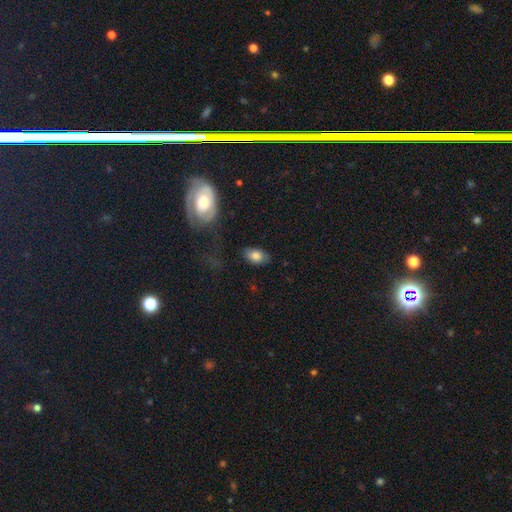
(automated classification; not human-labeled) Q: Smooth or featured?
A: smooth (80%); runner-up: featured or disk (12%)
Q: How rounded?
A: in between (88%); runner-up: round (10%)
Q: Merging?
A: none (80%); runner-up: minor disturbance (14%)